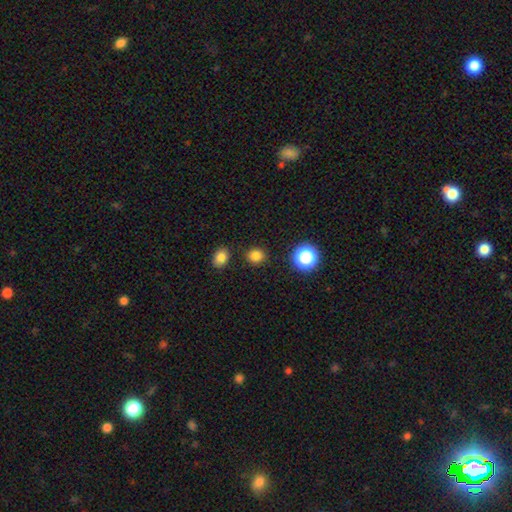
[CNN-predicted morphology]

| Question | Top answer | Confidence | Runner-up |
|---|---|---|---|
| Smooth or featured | smooth | 82% | star or artifact (14%) |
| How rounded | round | 79% | in between (20%) |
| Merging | none | 88% | minor disturbance (7%) |